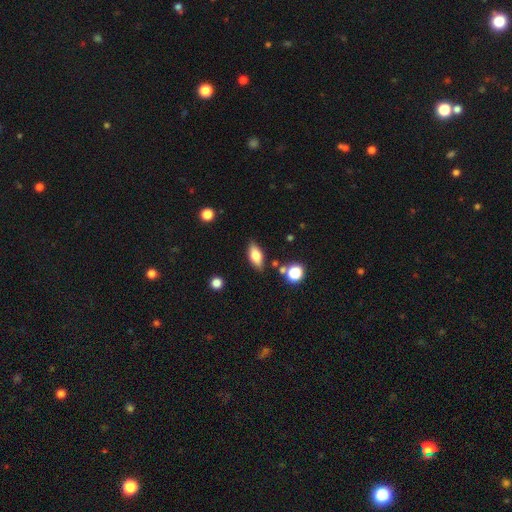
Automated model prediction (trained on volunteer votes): A smooth galaxy with no disk features (71%) that is in between round and cigar-shaped (82%). Merging: none (81%).